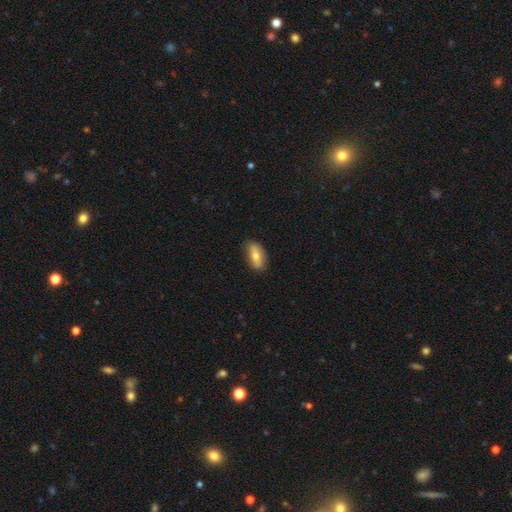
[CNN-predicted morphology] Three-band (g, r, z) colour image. It shows a smooth galaxy with no disk features (66%) that is in between round and cigar-shaped (86%). Merging: none (82%).